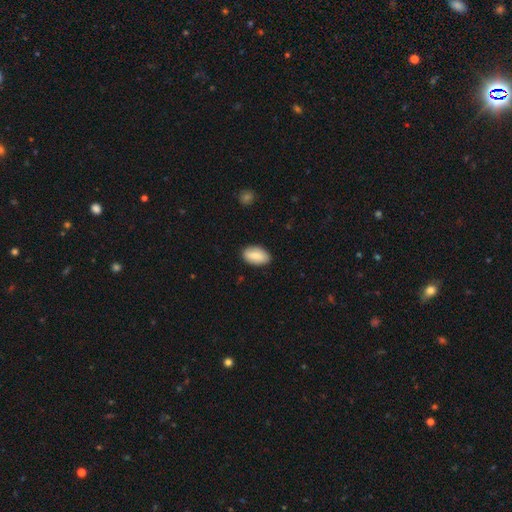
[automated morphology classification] Smooth or featured? Predicted: smooth (p=0.81). How rounded? Predicted: in between (p=0.94). Merging? Predicted: none (p=0.86).